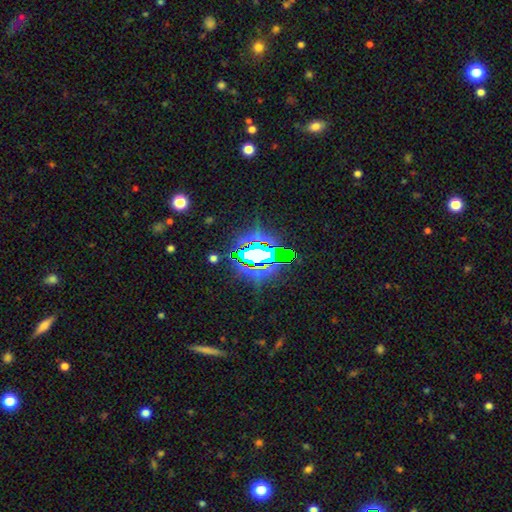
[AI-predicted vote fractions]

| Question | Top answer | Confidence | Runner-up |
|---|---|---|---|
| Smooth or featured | star or artifact | 74% | smooth (14%) |